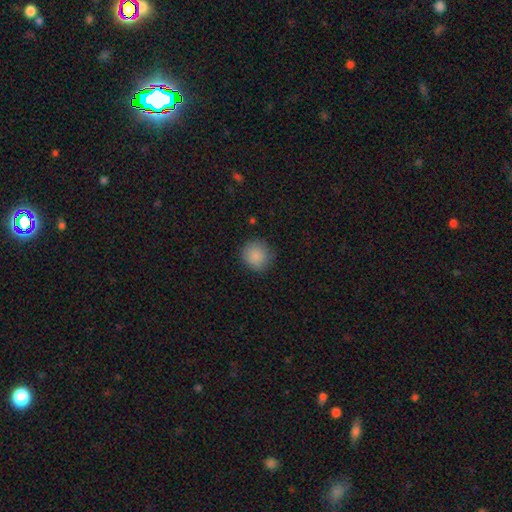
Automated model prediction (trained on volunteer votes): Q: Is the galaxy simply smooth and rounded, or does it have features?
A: smooth — 88%.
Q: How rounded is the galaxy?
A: round — 89%.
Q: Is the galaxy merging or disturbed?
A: none — 85%.